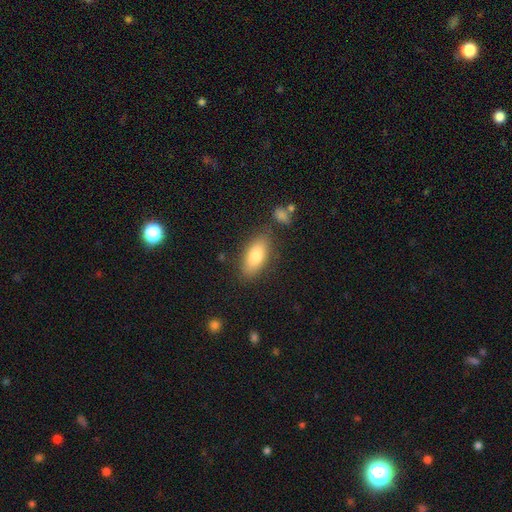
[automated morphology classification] A smooth galaxy with no disk features (77%) that is in between round and cigar-shaped (84%).

Vote fractions:
- Smooth or featured? smooth: 77% / featured or disk: 16% / star or artifact: 7%
- How rounded? in between: 84% / cigar-shaped: 12% / round: 3%
- Merging? none: 79% / minor disturbance: 13% / merger: 4% / major disturbance: 4%